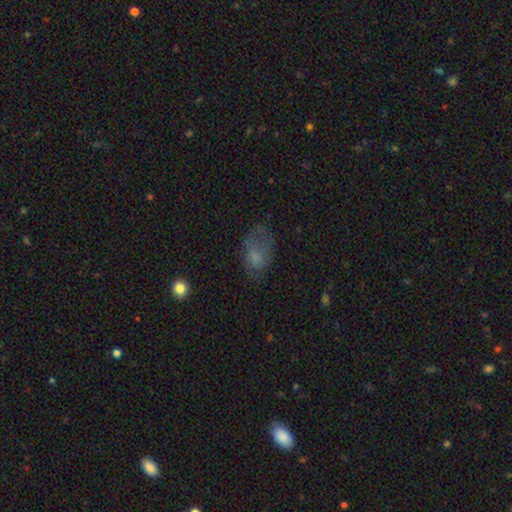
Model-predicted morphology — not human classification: Smooth or featured: smooth — 62% (featured or disk — 26%)
How rounded: in between — 85% (round — 13%)
Merging: none — 42% (major disturbance — 28%)